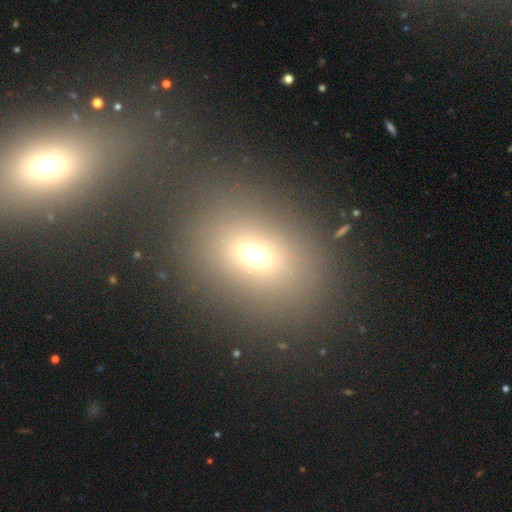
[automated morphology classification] Overall: smooth (67%). How rounded: in between (66%; round 31%). Merging: none (77%).